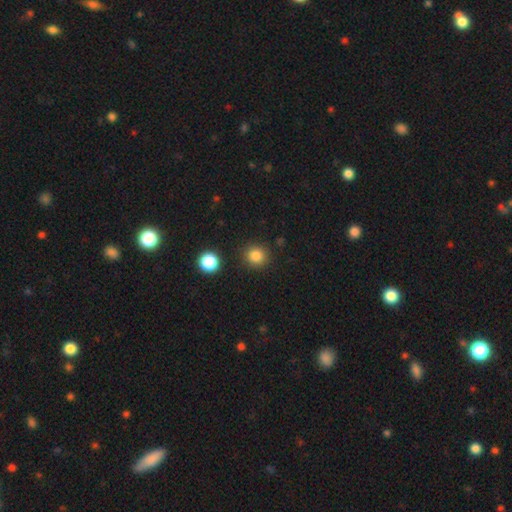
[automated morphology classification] A smooth galaxy with no disk features (84%) that is round (91%). Merging: none (88%).